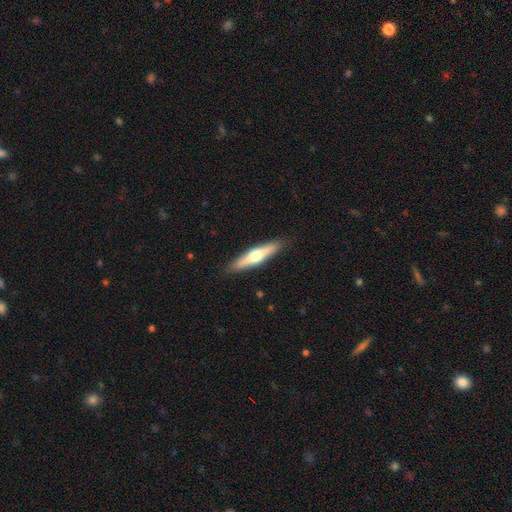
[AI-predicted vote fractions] This is possibly a featured or disk galaxy (50%). It is clearly viewed edge-on (94%). Merging: clearly none (89%).